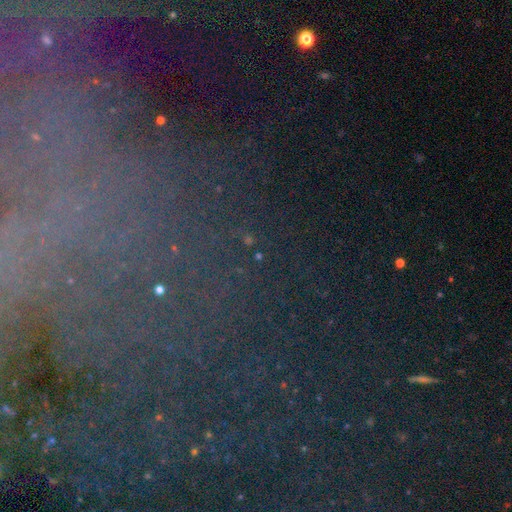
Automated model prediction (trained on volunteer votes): Smooth or featured?
  - star or artifact: 75% *
  - smooth: 13%
  - featured or disk: 12%